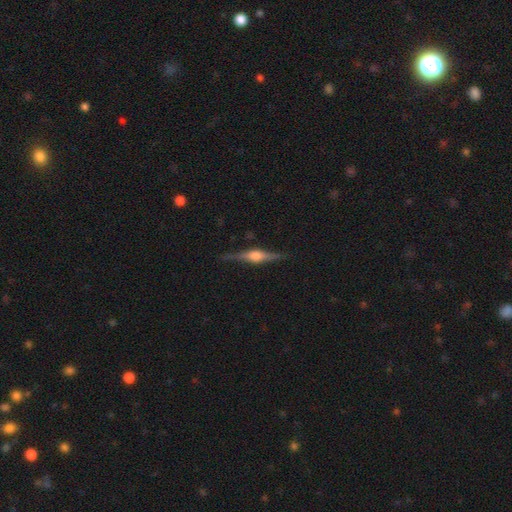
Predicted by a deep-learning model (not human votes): smooth-or-featured: featured or disk: 81% | smooth: 12% | star or artifact: 6%
  disk-edge-on: yes: 98% | no: 2%
    edge-on-bulge: rounded: 89% | boxy: 9% | none: 2%
  merging: none: 87% | minor disturbance: 10% | major disturbance: 2% | merger: 1%